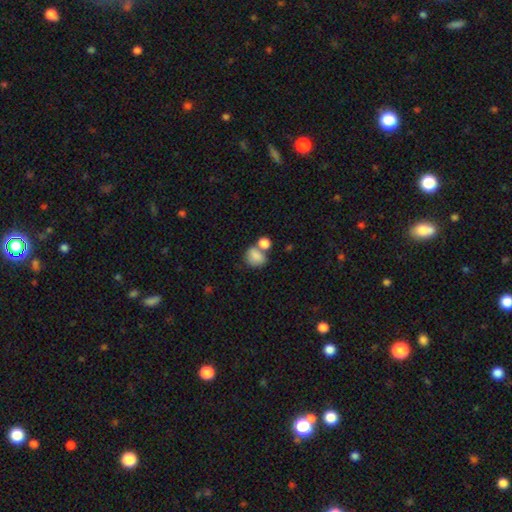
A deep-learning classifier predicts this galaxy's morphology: smooth-or-featured: smooth: 81% | featured or disk: 10% | star or artifact: 9%
  how-rounded: in between: 51% | round: 48% | cigar-shaped: 1%
  merging: merger: 44% | none: 36% | minor disturbance: 13% | major disturbance: 6%